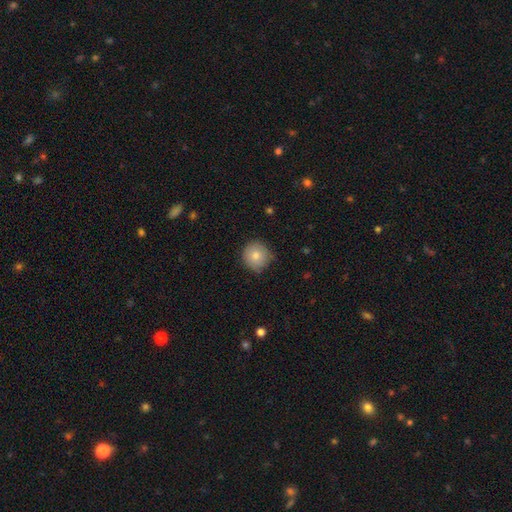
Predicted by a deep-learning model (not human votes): Smooth or featured? Predicted: smooth (p=0.81). How rounded? Predicted: round (p=0.94). Merging? Predicted: none (p=0.78).